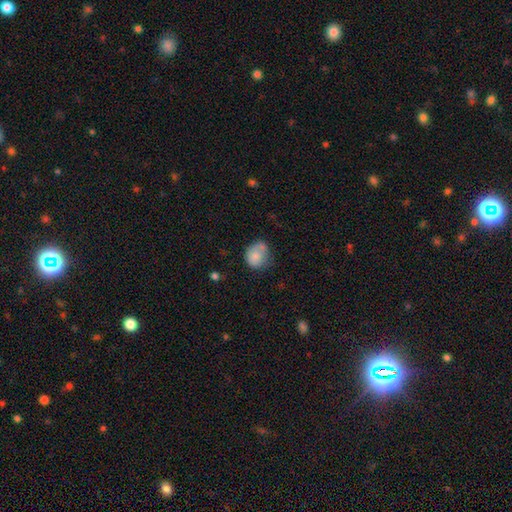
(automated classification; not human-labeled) smooth_or_featured: smooth (p=0.77) [alt: featured or disk p=0.15]
how_rounded: round (p=0.63) [alt: in between p=0.36]
merging: none (p=0.45) [alt: minor disturbance p=0.29]